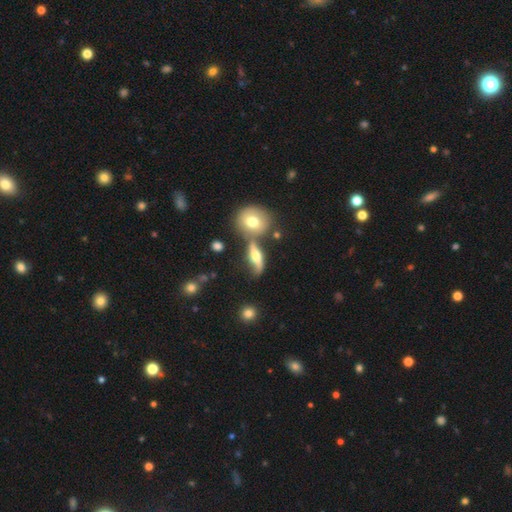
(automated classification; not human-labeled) Smooth or featured? Predicted: featured or disk (p=0.53). Edge-on disk? Predicted: yes (p=0.52). Merging? Predicted: none (p=0.50).